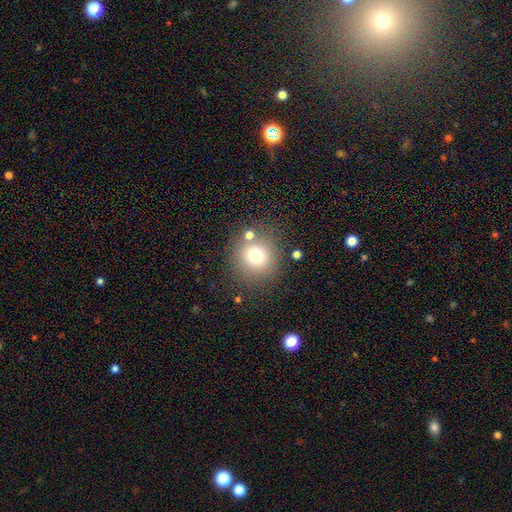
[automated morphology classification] smooth 74%, star or artifact 14%, featured or disk 12%. Down the decision tree: how rounded — round (90%); merging — none (77%).